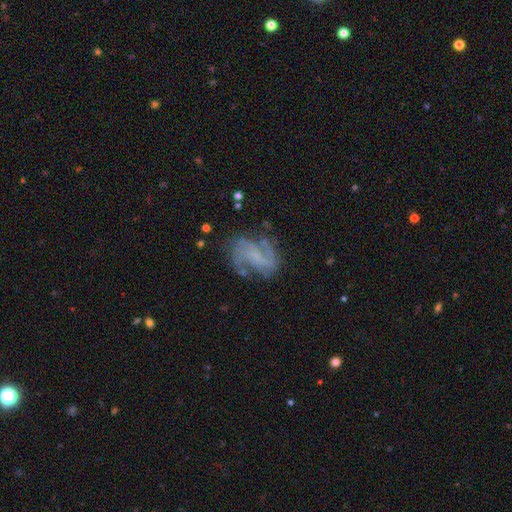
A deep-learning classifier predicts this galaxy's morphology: Smooth or featured: featured or disk — 74% (smooth — 16%)
Edge-on disk: no — 97% (yes — 3%)
Bar: no — 47% (weak — 37%)
Spiral arms: yes — 86% (no — 14%)
Spiral winding: medium — 42% (loose — 36%)
Spiral arm count: 2 — 57% (can't tell — 18%)
Bulge size: none — 66% (small — 21%)
Merging: none — 60% (minor disturbance — 20%)